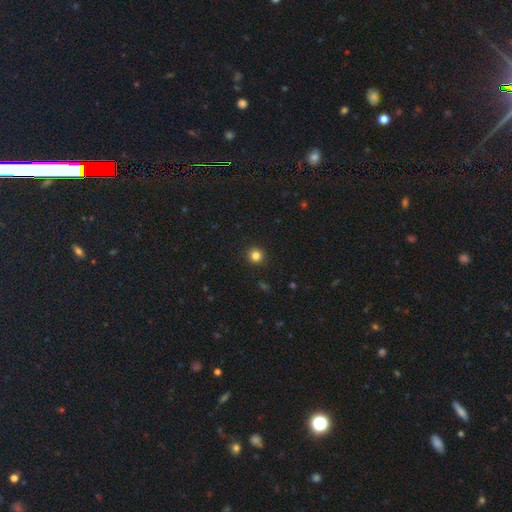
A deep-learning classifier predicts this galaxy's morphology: Smooth or featured? smooth (83%)
How rounded? round (93%)
Merging? none (92%)